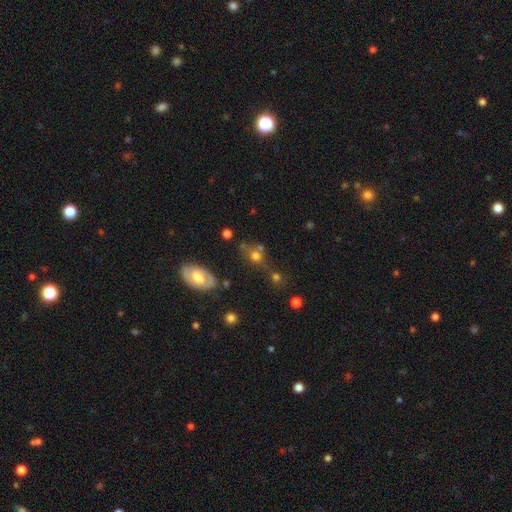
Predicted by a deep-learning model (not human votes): This is likely a smooth galaxy (64%). How rounded: possibly round (57%). Merging: possibly none (50%).